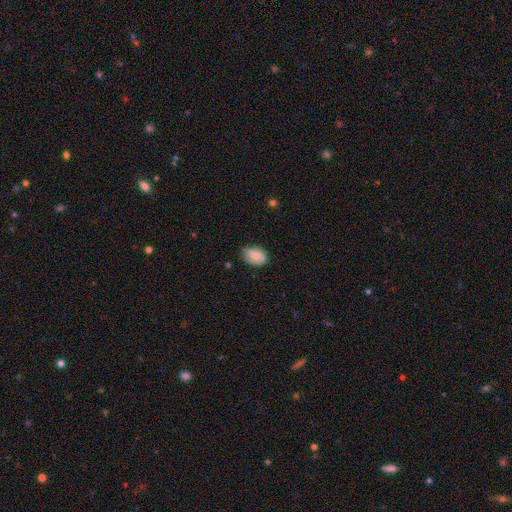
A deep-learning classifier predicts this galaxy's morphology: Overall: smooth (83%). How rounded: in between (80%). Merging: none (57%; minor disturbance 36%).